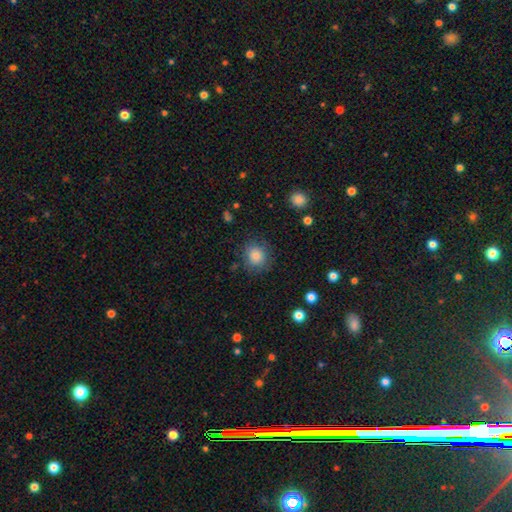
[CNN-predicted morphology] Smooth or featured? Predicted: smooth (p=0.79). How rounded? Predicted: round (p=0.81). Merging? Predicted: none (p=0.79).